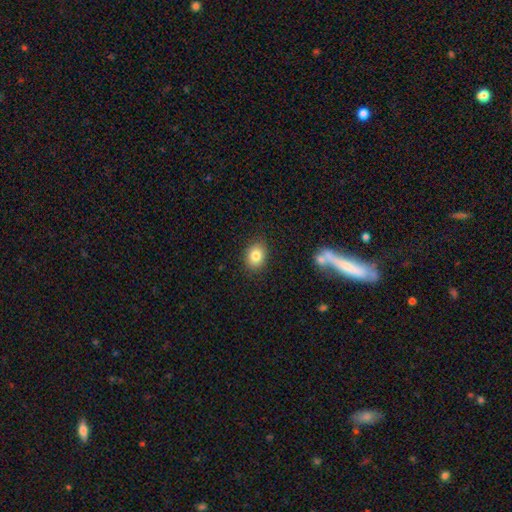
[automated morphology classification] Q: Smooth or featured?
A: smooth (83%); runner-up: star or artifact (9%)
Q: How rounded?
A: in between (59%); runner-up: round (40%)
Q: Merging?
A: none (87%); runner-up: minor disturbance (9%)